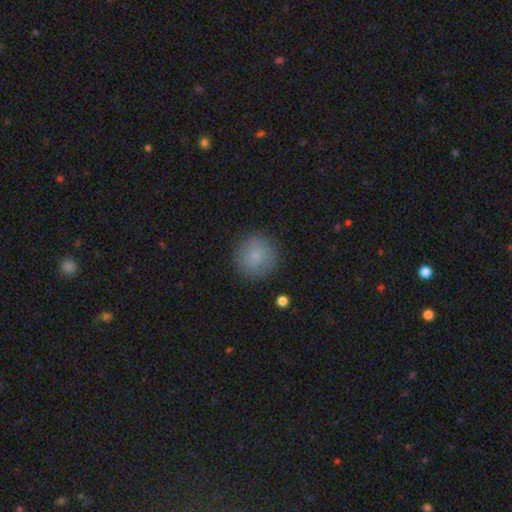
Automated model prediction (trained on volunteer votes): Smooth or featured: smooth — 84% (star or artifact — 8%)
How rounded: round — 94% (in between — 5%)
Merging: none — 87% (minor disturbance — 9%)